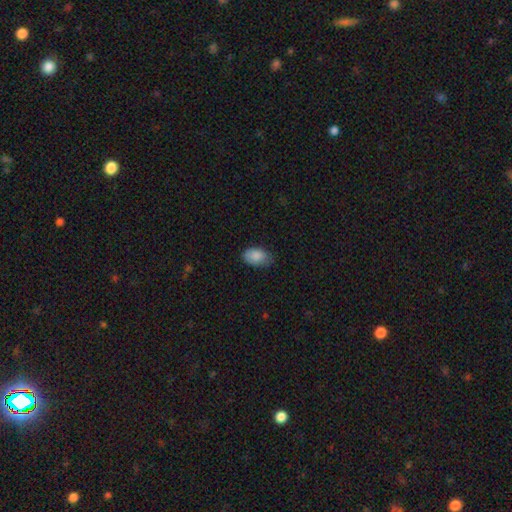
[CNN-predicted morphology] Smooth or featured: smooth — 87% (star or artifact — 7%)
How rounded: in between — 91% (round — 8%)
Merging: none — 70% (minor disturbance — 25%)